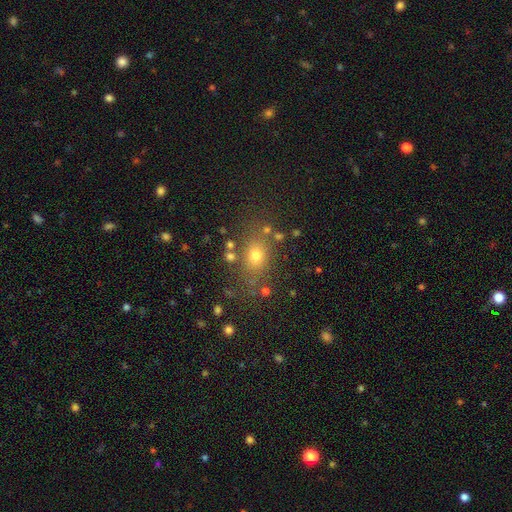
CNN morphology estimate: This appears to be a smooth galaxy with no disk features (70%) that is in between round and cigar-shaped (56%). Merging: none (76%).